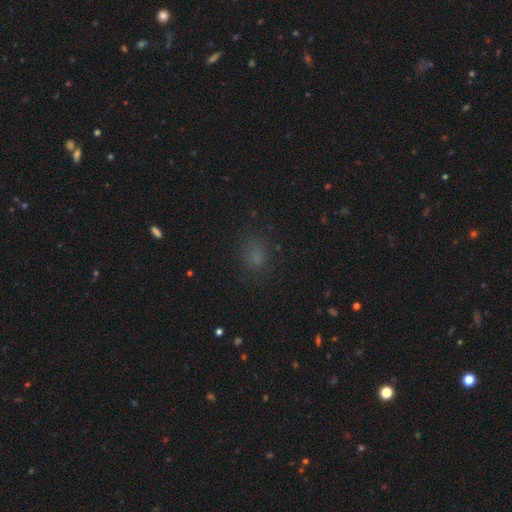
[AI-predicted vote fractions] Smooth or featured? Predicted: smooth (p=0.70). How rounded? Predicted: round (p=0.57). Merging? Predicted: none (p=0.77).